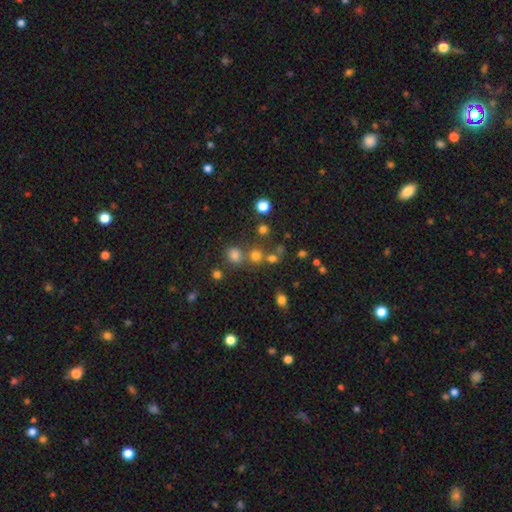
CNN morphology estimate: Q: Smooth or featured?
A: smooth (62%); runner-up: star or artifact (29%)
Q: How rounded?
A: round (88%); runner-up: in between (11%)
Q: Merging?
A: none (66%); runner-up: merger (23%)